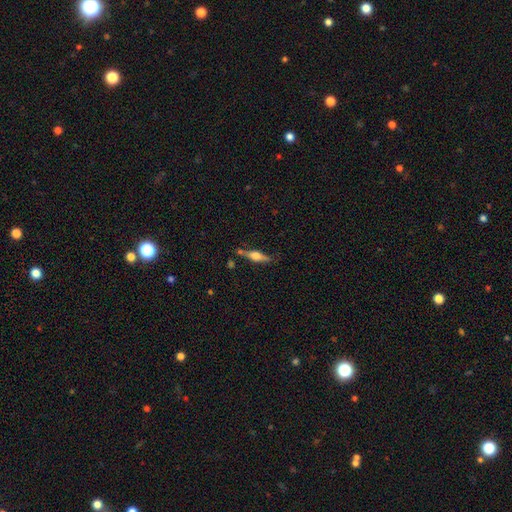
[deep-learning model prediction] Morphology: type=featured or disk (60%); edge-on=yes (95%); edge-on bulge=rounded (90%); merging=none (74%).